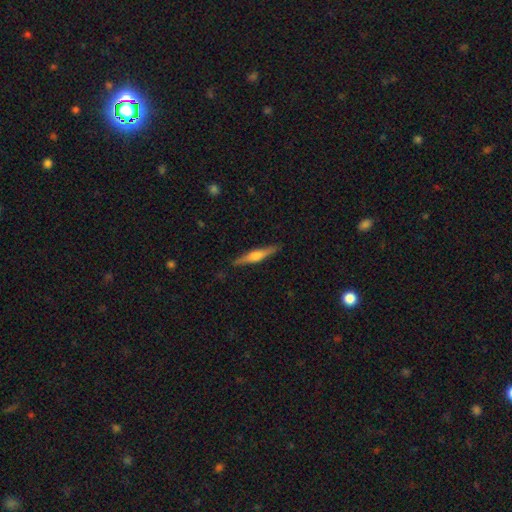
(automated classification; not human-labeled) This appears to be a featured or disk galaxy (60%) viewed edge-on (97%) with a rounded central bulge (85%). Merging: none (89%).